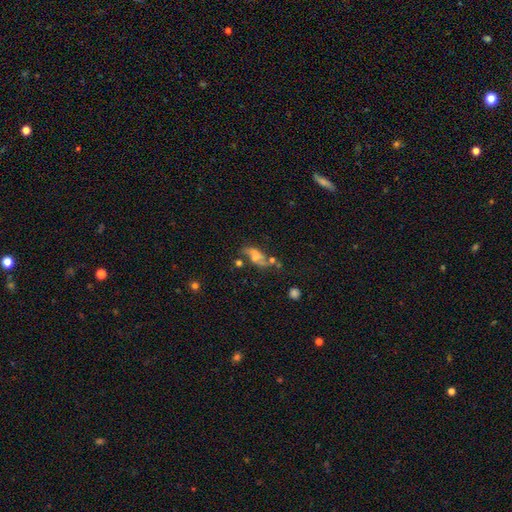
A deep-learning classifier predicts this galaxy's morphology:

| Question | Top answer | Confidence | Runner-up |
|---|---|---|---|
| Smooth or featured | smooth | 43% | tied: featured or disk (43%) |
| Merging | none | 35% | merger (24%) |